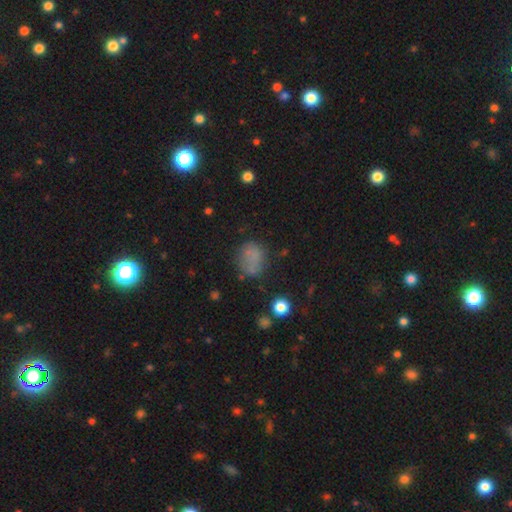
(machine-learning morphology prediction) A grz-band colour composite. It shows a smooth galaxy with no disk features (67%) that is round (53%). Merging: none (61%).